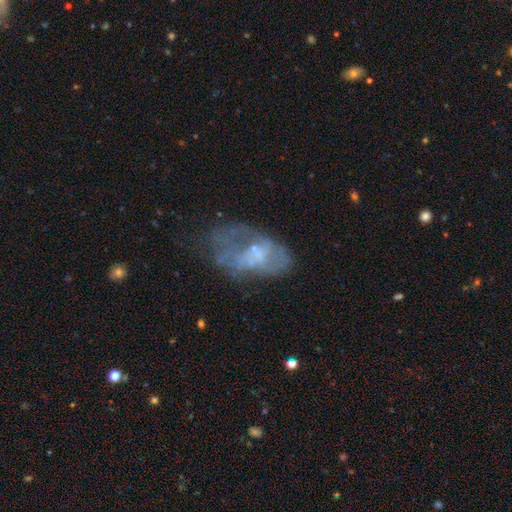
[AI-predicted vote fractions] Smooth or featured? Predicted: featured or disk (p=0.57). Edge-on disk? Predicted: no (p=0.96). Bar? Predicted: no (p=0.76). Spiral arms? Predicted: no (p=0.79). Bulge size? Predicted: none (p=0.41, tied with small). Merging? Predicted: none (p=0.34).